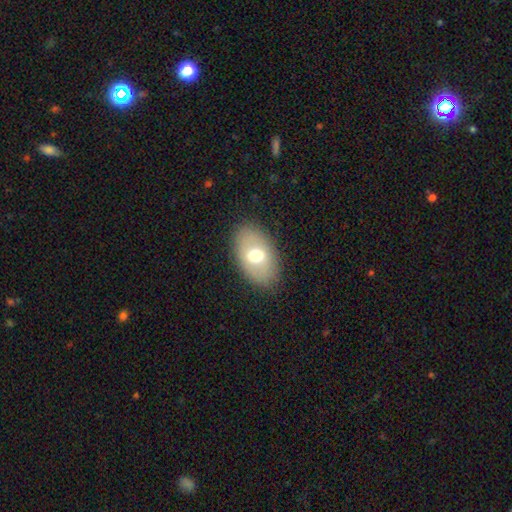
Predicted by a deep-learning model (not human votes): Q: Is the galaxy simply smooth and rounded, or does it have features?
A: smooth — 65%.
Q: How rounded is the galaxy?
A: in between — 88%.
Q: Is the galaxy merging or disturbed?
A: none — 85%.